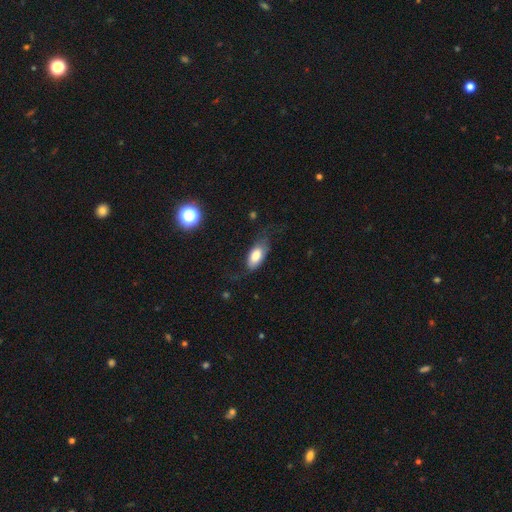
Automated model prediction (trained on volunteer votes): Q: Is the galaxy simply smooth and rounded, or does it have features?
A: smooth — 76%.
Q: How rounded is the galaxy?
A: in between — 89%.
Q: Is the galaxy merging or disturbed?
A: none — 51%.